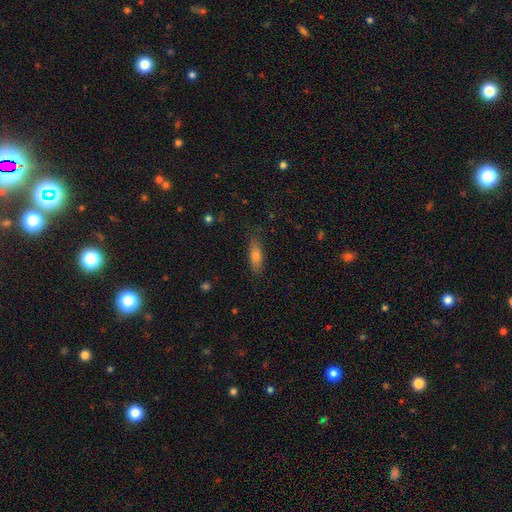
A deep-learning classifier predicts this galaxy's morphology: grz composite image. It shows a smooth galaxy with no disk features (74%) that is in between round and cigar-shaped (51%). Merging: none (79%).